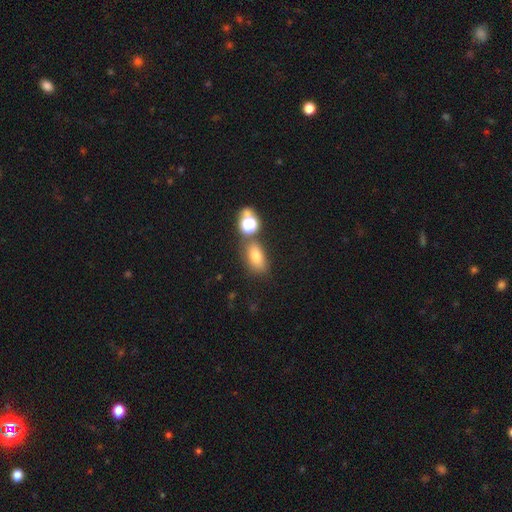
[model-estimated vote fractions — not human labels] Q: Smooth or featured?
A: smooth (71%); runner-up: star or artifact (17%)
Q: How rounded?
A: in between (76%); runner-up: round (19%)
Q: Merging?
A: none (64%); runner-up: merger (17%)